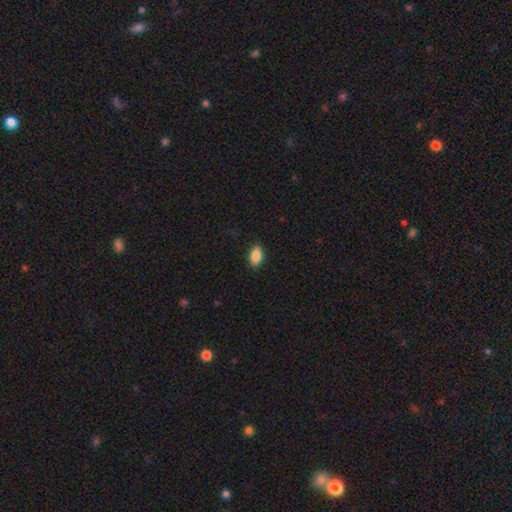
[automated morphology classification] This is clearly a smooth galaxy (87%). How rounded: clearly in between (90%). Merging: clearly none (85%).